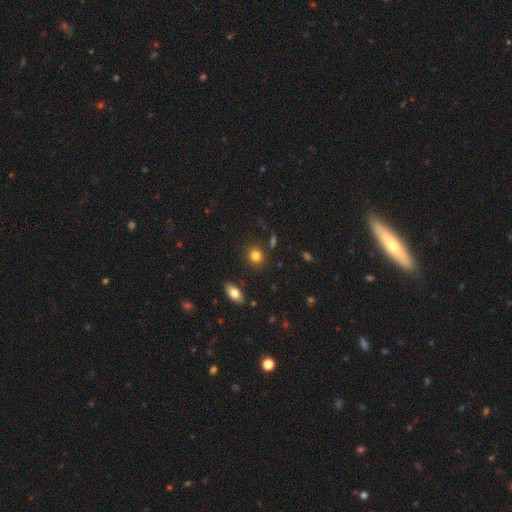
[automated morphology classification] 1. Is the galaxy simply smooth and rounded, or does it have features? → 83% smooth, 10% star or artifact, 6% featured or disk.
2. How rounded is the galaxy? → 71% round, 28% in between, 1% cigar-shaped.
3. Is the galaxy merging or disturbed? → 86% none, 8% minor disturbance, 3% merger, 3% major disturbance.